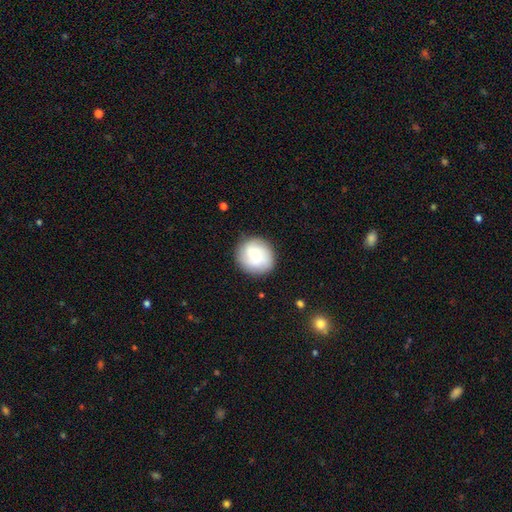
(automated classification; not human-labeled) The model was most divided on "smooth or featured": smooth: 61%, featured or disk: 31%, star or artifact: 8%. More confident: how rounded — round (88%); merging — none (86%).